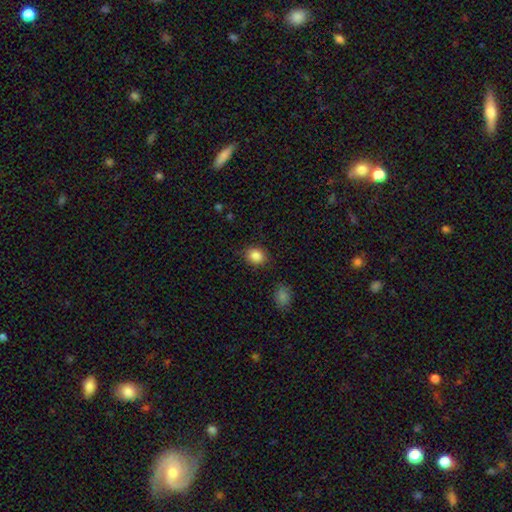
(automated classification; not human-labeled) smooth_or_featured: smooth (p=0.86) [alt: star or artifact p=0.09]
how_rounded: round (p=0.60) [alt: in between p=0.39]
merging: none (p=0.84) [alt: minor disturbance p=0.11]